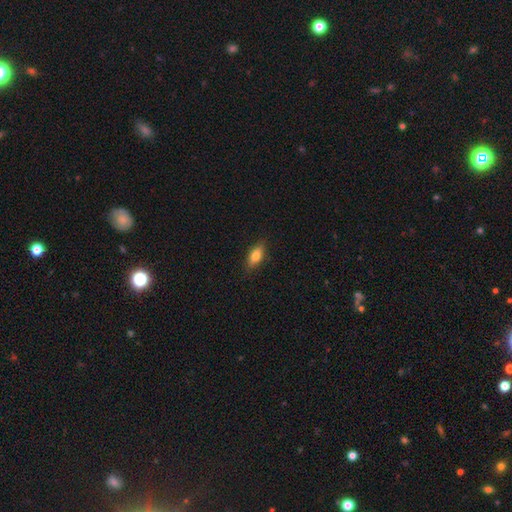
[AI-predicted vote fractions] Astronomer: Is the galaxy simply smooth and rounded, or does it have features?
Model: smooth — 72%.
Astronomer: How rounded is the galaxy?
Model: in between — 74%.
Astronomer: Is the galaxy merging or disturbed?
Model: none — 84%.